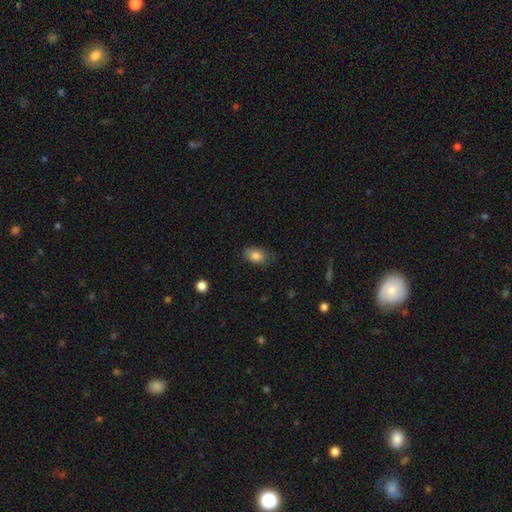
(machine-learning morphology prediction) The model was most divided on "merging": none: 73%, minor disturbance: 21%, major disturbance: 4%, merger: 1%. More confident: how rounded — in between (85%); smooth or featured — smooth (84%).